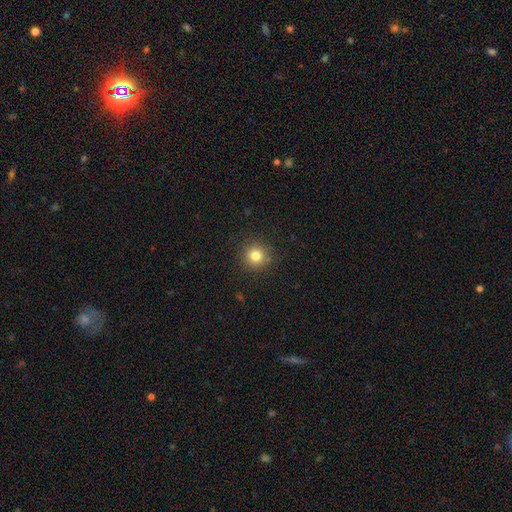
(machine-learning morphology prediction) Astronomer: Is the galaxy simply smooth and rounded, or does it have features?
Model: smooth — 80%.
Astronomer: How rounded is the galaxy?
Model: round — 95%.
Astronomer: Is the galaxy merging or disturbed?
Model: none — 90%.